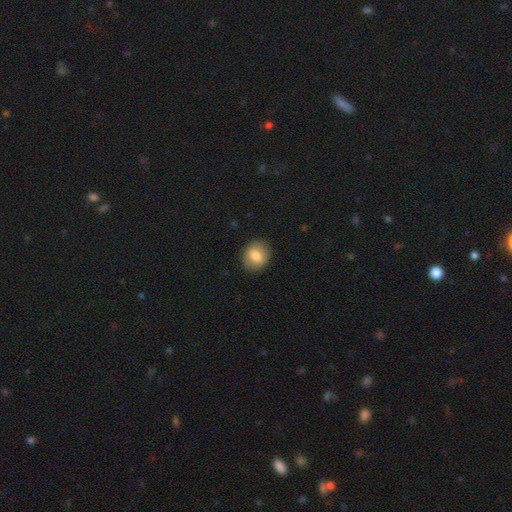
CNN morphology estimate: Smooth or featured?
  - smooth: 77% *
  - featured or disk: 15%
  - star or artifact: 8%
How rounded?
  - round: 60% *
  - in between: 39%
  - cigar-shaped: 1%
Merging?
  - none: 87% *
  - minor disturbance: 9%
  - major disturbance: 3%
  - merger: 1%